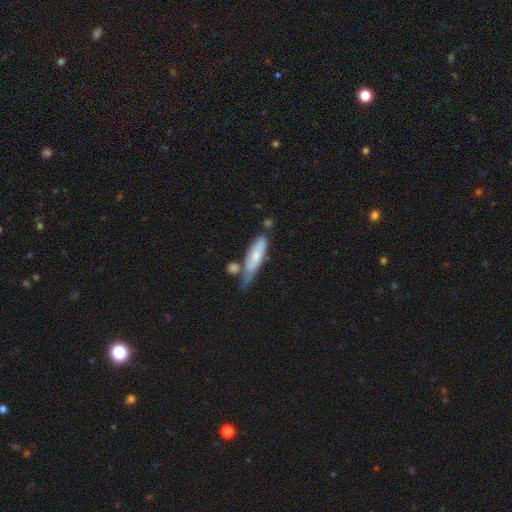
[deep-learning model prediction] Smooth or featured? smooth (64%)
How rounded? cigar-shaped (60%)
Merging? none (38%)